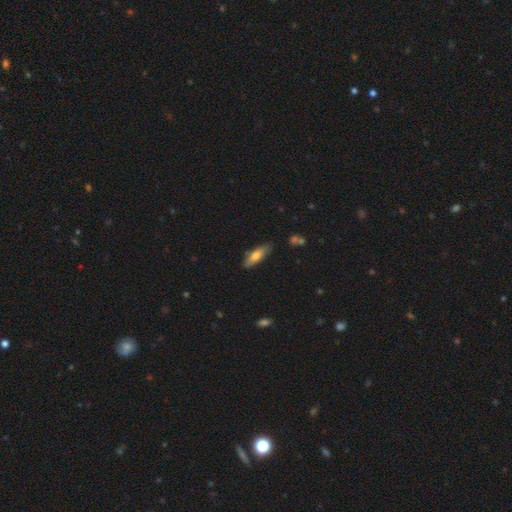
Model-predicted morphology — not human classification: Smooth or featured? smooth (70%)
How rounded? in between (57%)
Merging? none (78%)